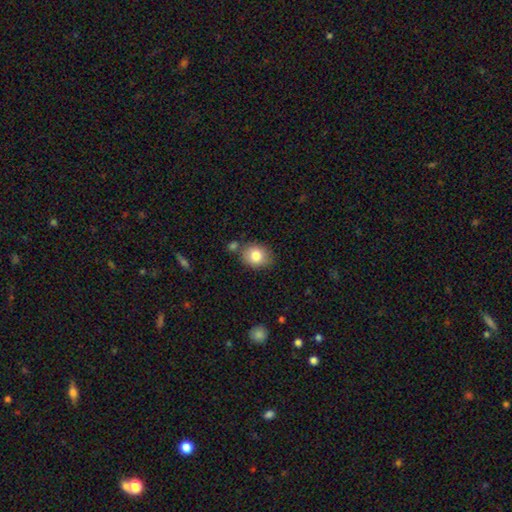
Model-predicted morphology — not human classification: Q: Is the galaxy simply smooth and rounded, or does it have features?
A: smooth — 82%.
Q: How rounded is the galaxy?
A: round — 57%.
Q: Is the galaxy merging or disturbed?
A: none — 73%.